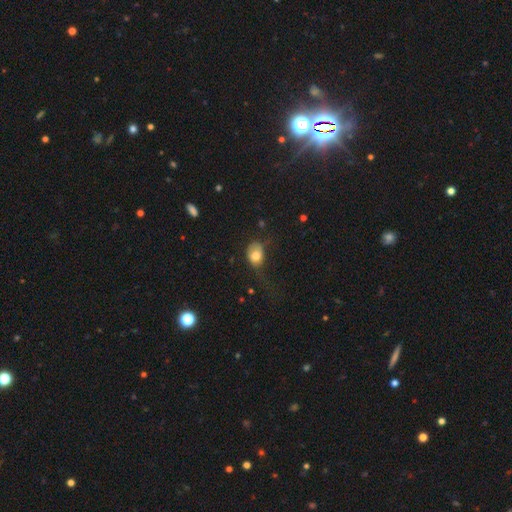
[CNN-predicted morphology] smooth-or-featured: smooth: 77% | featured or disk: 13% | star or artifact: 9%
  how-rounded: in between: 63% | round: 36% | cigar-shaped: 1%
  merging: none: 34% | minor disturbance: 33% | major disturbance: 31% | merger: 3%